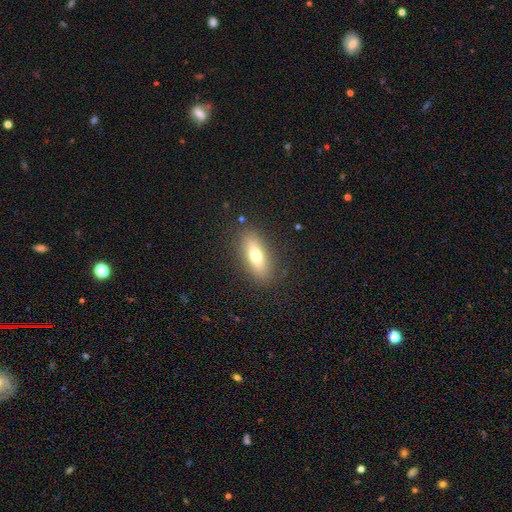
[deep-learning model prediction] A smooth galaxy with no disk features (67%) that is in between round and cigar-shaped (68%). Merging: none (86%).